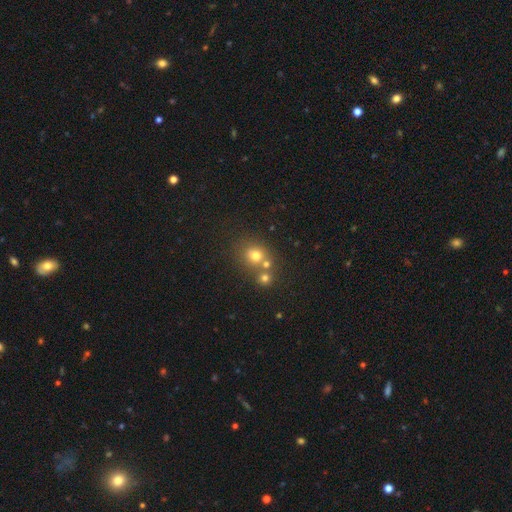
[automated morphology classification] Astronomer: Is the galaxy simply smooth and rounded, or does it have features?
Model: smooth — 71%.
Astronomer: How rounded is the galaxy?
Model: round — 78%.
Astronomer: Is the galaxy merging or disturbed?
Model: none — 53% (runner-up: merger, 34%).